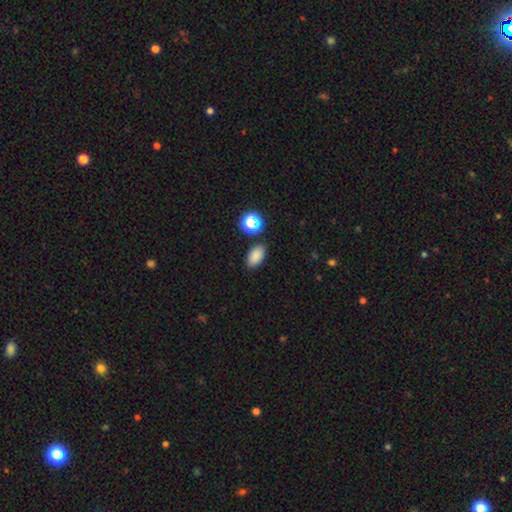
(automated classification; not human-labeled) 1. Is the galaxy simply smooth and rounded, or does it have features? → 83% smooth, 12% star or artifact, 5% featured or disk.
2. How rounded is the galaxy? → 90% in between, 8% round, 2% cigar-shaped.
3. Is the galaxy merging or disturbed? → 85% none, 9% minor disturbance, 4% merger, 3% major disturbance.